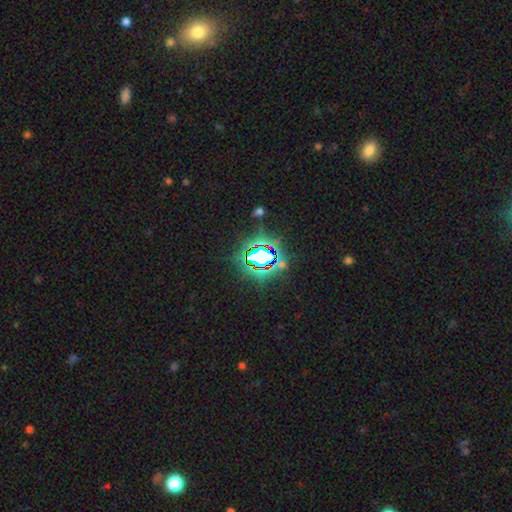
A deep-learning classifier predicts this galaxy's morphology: type=star or artifact (76%).